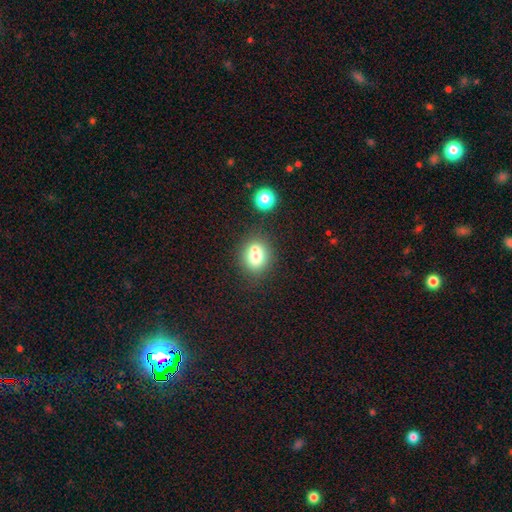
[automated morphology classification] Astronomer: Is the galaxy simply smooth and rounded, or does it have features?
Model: smooth — 75%.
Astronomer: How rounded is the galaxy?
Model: round — 56% (runner-up: in between, 43%).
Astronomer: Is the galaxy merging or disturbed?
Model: none — 61%.